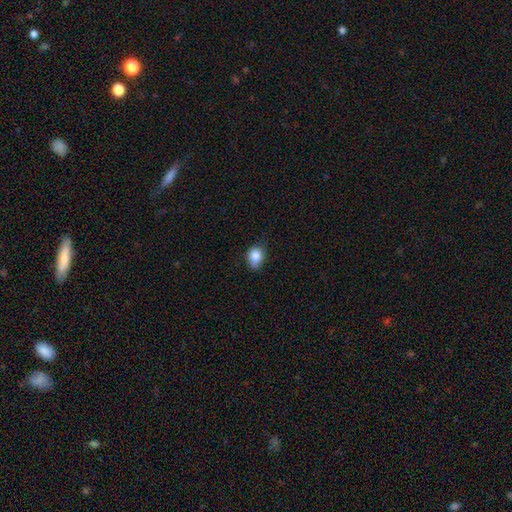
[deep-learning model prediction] smooth-or-featured: smooth: 83% | star or artifact: 9% | featured or disk: 8%
  how-rounded: in between: 57% | round: 42% | cigar-shaped: 1%
  merging: none: 53% | minor disturbance: 38% | major disturbance: 7% | merger: 2%